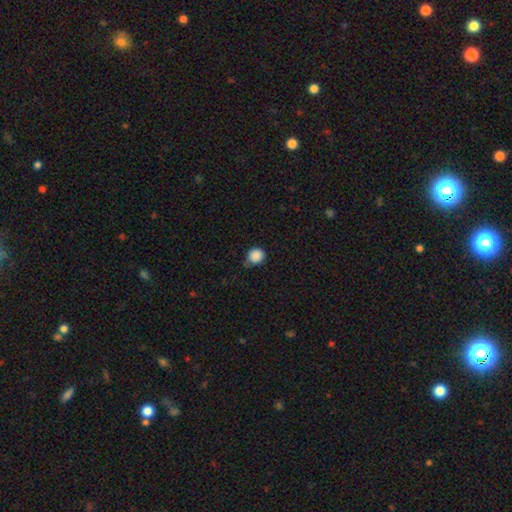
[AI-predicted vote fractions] A smooth galaxy with no disk features (87%) that is round (88%).

Vote fractions:
- Smooth or featured? smooth: 87% / star or artifact: 9% / featured or disk: 3%
- How rounded? round: 88% / in between: 11% / cigar-shaped: 1%
- Merging? none: 66% / minor disturbance: 27% / major disturbance: 4% / merger: 2%